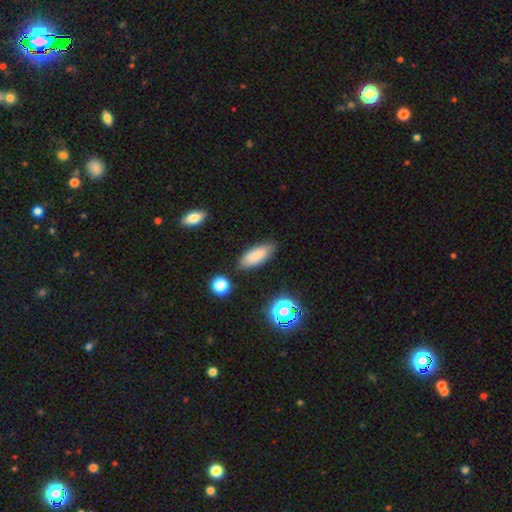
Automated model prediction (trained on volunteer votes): The model was most divided on "how rounded": in between: 77%, cigar-shaped: 20%, round: 2%. More confident: smooth or featured — smooth (83%); merging — none (82%).